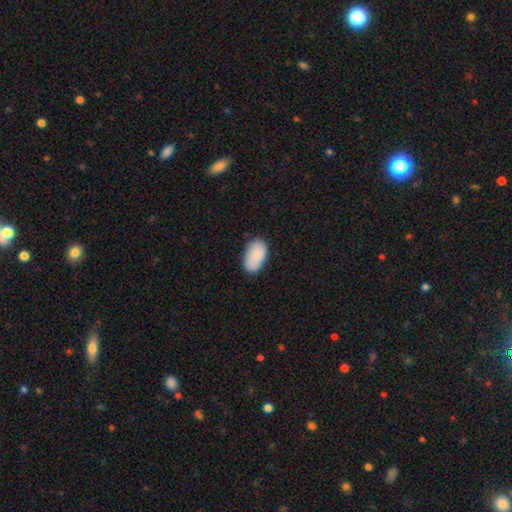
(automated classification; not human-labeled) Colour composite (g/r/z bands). It shows a smooth galaxy with no disk features (84%) that is in between round and cigar-shaped (94%). Merging: none (75%).